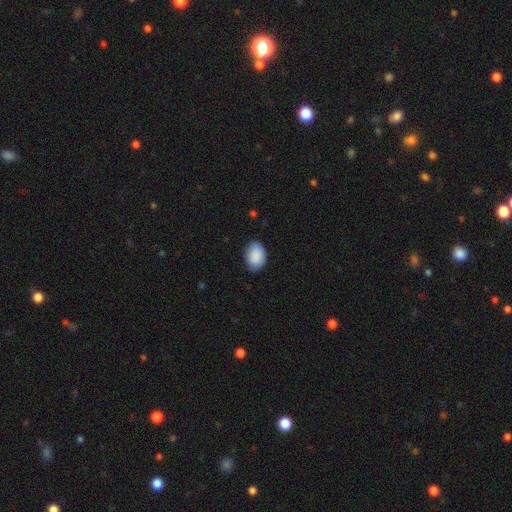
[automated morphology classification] smooth 90%, star or artifact 6%, featured or disk 4%. Down the decision tree: how rounded — in between (84%); merging — none (82%).